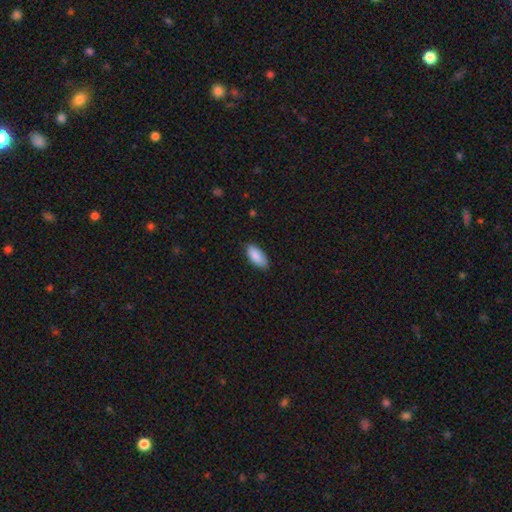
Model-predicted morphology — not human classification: Overall: smooth (89%). How rounded: in between (89%). Merging: none (83%).